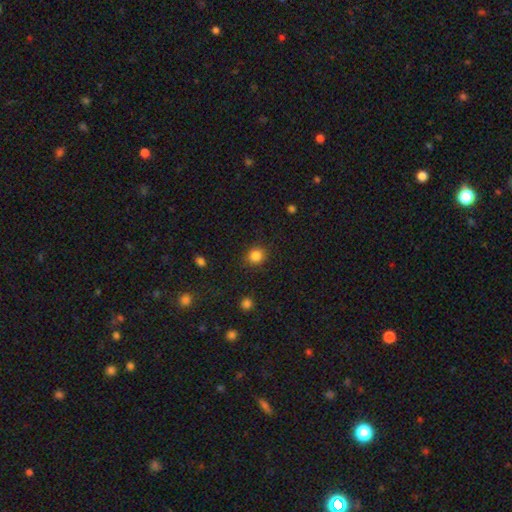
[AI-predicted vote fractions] Morphology: type=smooth (85%); roundness=round (85%); merging=none (88%).